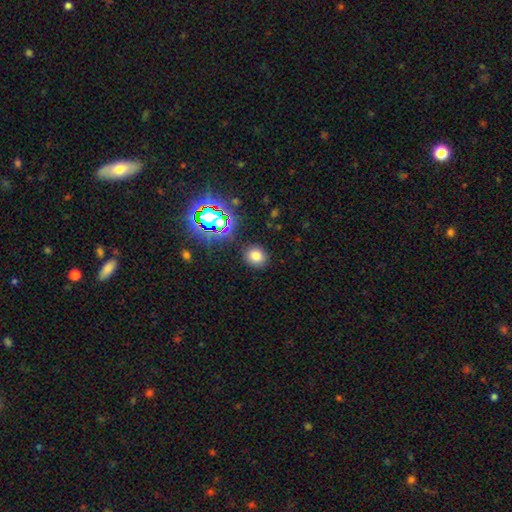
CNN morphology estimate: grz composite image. It shows a smooth galaxy with no disk features (74%) that is round (77%). Merging: none (86%).